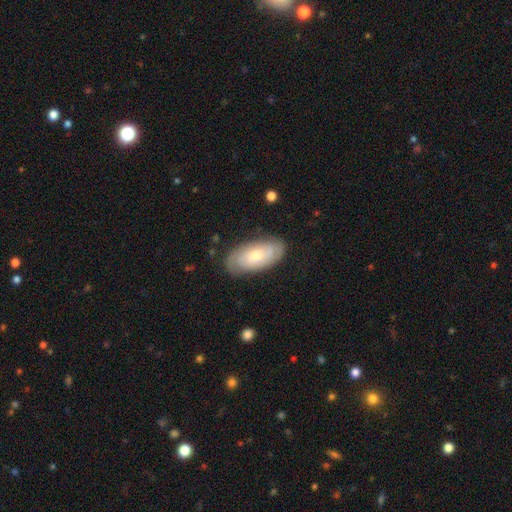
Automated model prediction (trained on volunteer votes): The model was most divided on "bulge size": moderate: 51%, small: 43%, large: 3%, none: 1%, dominant: 1%. More confident: edge-on disk — no (91%); merging — none (82%); spiral arms — yes (81%); bar — no (73%); smooth or featured — featured or disk (59%).